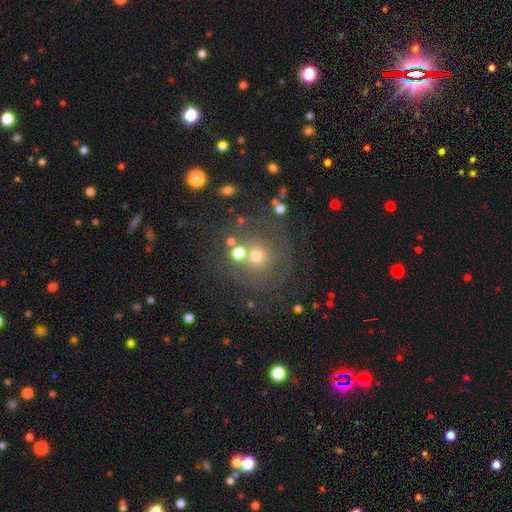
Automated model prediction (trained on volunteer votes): smooth-or-featured: smooth: 47% | featured or disk: 33% | star or artifact: 20%
  merging: none: 68% | minor disturbance: 13% | major disturbance: 10% | merger: 9%